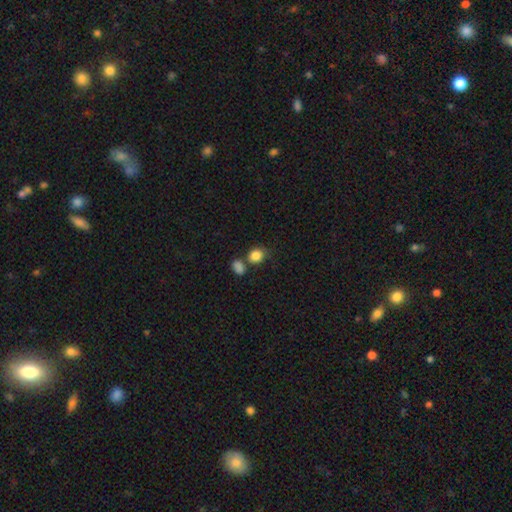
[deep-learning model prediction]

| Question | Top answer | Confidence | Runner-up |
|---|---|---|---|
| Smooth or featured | smooth | 85% | star or artifact (10%) |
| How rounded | round | 65% | in between (33%) |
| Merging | none | 57% | merger (25%) |